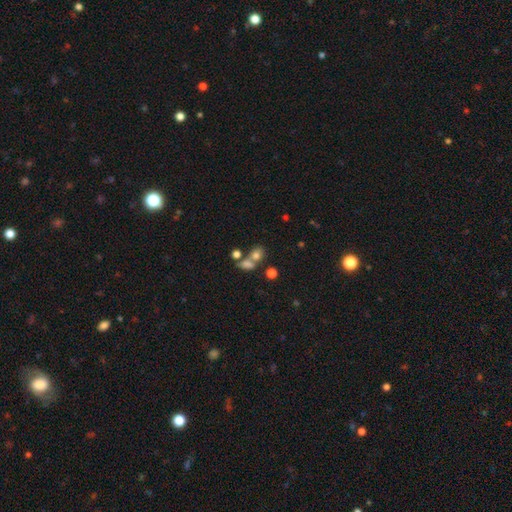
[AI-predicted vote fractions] Smooth or featured?
  - smooth: 72% *
  - star or artifact: 16%
  - featured or disk: 12%
How rounded?
  - round: 52% *
  - in between: 46%
  - cigar-shaped: 2%
Merging?
  - merger: 43% *
  - none: 41%
  - minor disturbance: 10%
  - major disturbance: 6%